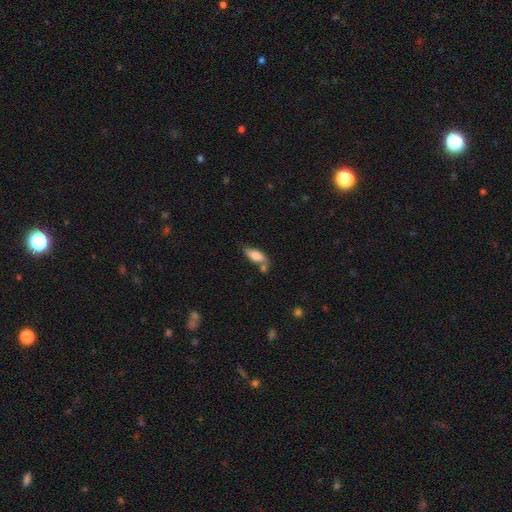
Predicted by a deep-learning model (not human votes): smooth 79%, featured or disk 14%, star or artifact 7%. Down the decision tree: how rounded — in between (73%); merging — none (55%).